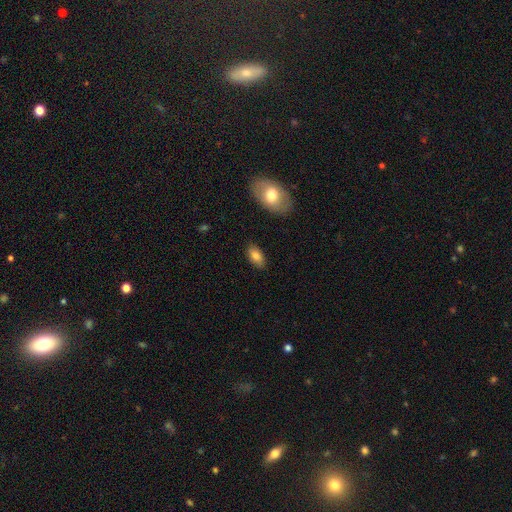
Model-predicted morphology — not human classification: Smooth or featured?
  - smooth: 80% *
  - featured or disk: 12%
  - star or artifact: 8%
How rounded?
  - in between: 92% *
  - round: 4%
  - cigar-shaped: 3%
Merging?
  - none: 86% *
  - minor disturbance: 10%
  - major disturbance: 2%
  - merger: 2%